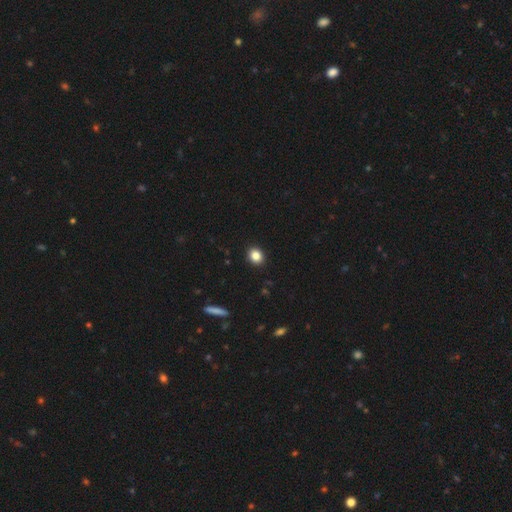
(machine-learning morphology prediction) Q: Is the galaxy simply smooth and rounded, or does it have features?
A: smooth — 85%.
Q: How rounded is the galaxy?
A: round — 68%.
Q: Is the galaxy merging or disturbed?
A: none — 92%.